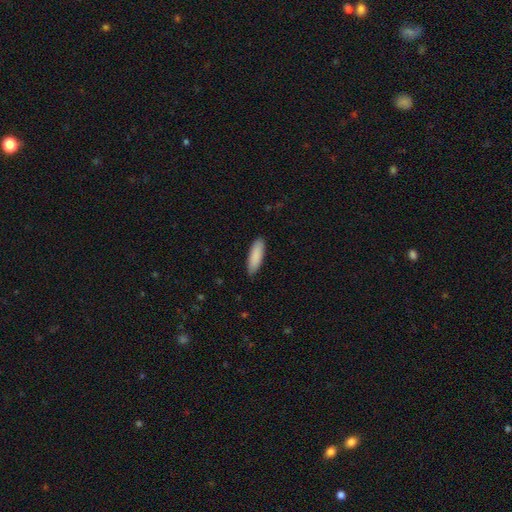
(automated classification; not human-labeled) A smooth galaxy with no disk features (89%) that is cigar-shaped (50%).

Vote fractions:
- Smooth or featured? smooth: 89% / featured or disk: 6% / star or artifact: 5%
- How rounded? cigar-shaped: 50% / in between: 48% / round: 1%
- Merging? none: 87% / minor disturbance: 10% / major disturbance: 2% / merger: 1%